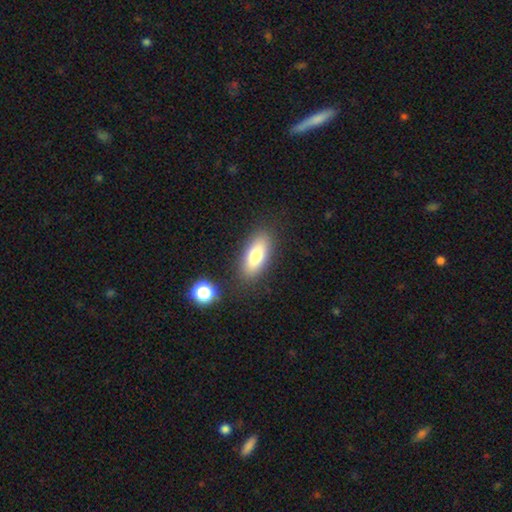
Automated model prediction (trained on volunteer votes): smooth 76%, featured or disk 16%, star or artifact 8%. Down the decision tree: how rounded — in between (79%); merging — none (84%).